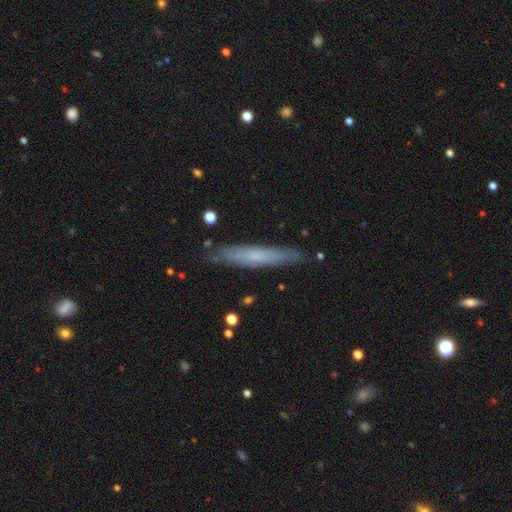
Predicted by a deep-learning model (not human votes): This is possibly a smooth galaxy (53%). How rounded: clearly cigar-shaped (93%). Merging: clearly none (86%).